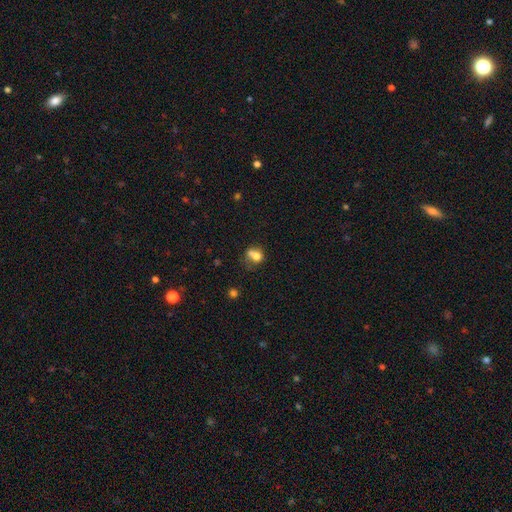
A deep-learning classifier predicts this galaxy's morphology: Overall: smooth (71%). How rounded: round (62%; in between 37%). Merging: merger (45%; none 30%).